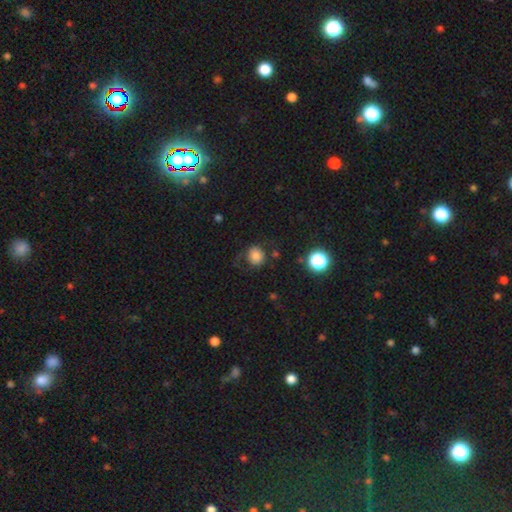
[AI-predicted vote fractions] Smooth or featured? Predicted: smooth (p=0.76). How rounded? Predicted: round (p=0.82). Merging? Predicted: none (p=0.64).